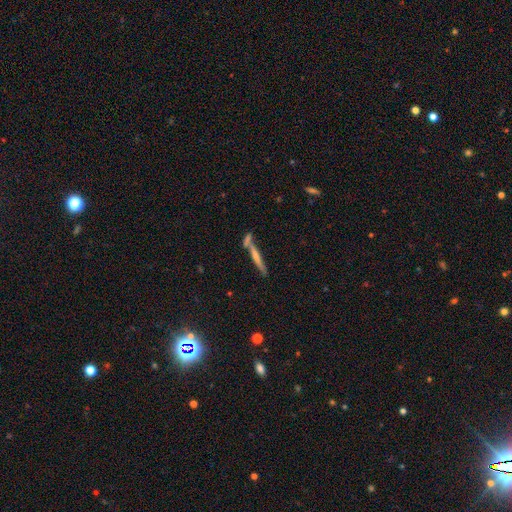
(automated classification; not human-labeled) A featured or disk galaxy (50%) viewed edge-on (94%). Merging: none (65%).